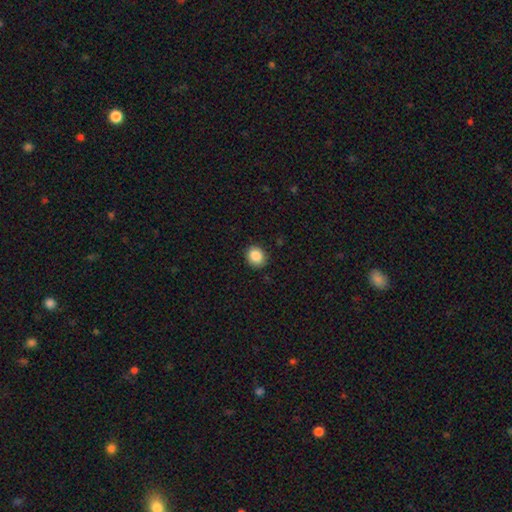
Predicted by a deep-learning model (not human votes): Q: Smooth or featured?
A: smooth (87%); runner-up: star or artifact (9%)
Q: How rounded?
A: round (69%); runner-up: in between (30%)
Q: Merging?
A: none (88%); runner-up: minor disturbance (9%)